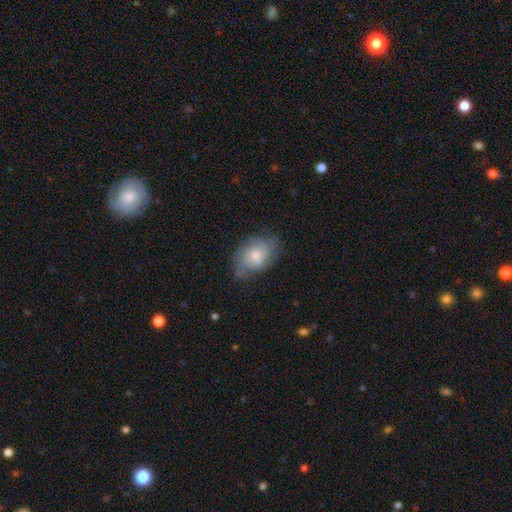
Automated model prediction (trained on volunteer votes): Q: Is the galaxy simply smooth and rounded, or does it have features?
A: smooth — 54%.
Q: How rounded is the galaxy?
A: in between — 80%.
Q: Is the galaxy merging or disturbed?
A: none — 55%.